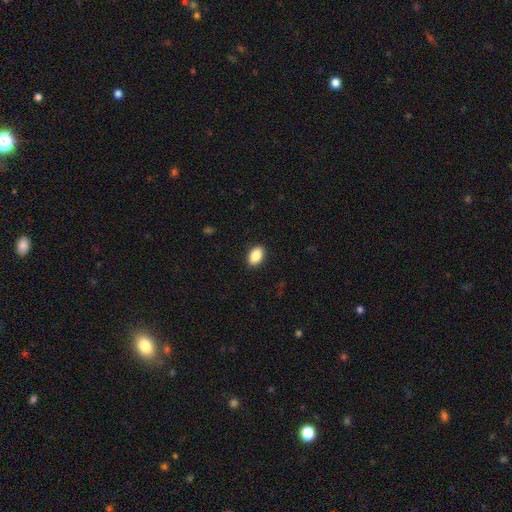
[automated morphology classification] Q: Smooth or featured?
A: smooth (88%); runner-up: star or artifact (7%)
Q: How rounded?
A: in between (88%); runner-up: round (10%)
Q: Merging?
A: none (89%); runner-up: minor disturbance (8%)